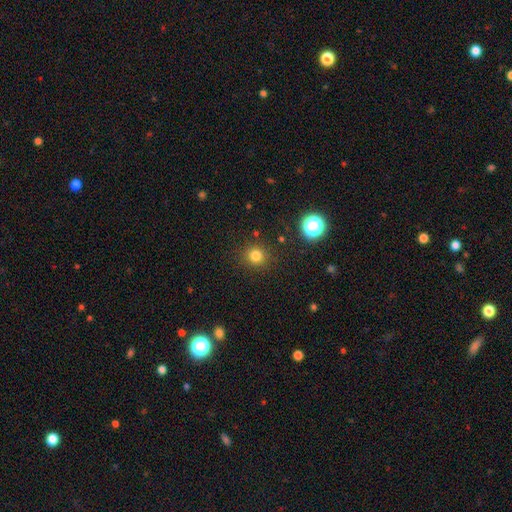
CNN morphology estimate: A smooth galaxy with no disk features (79%) that is round (91%). Merging: none (88%).